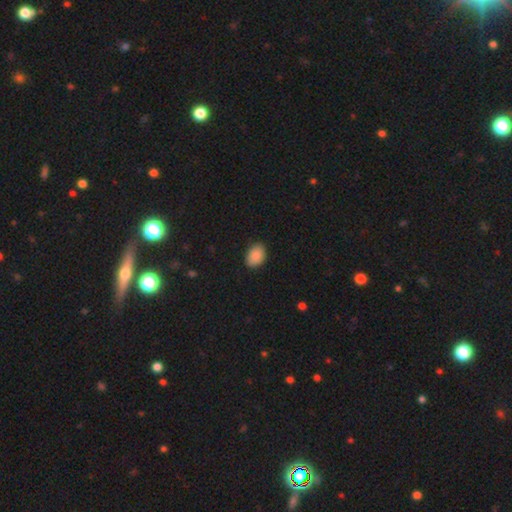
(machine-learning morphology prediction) type=smooth (89%); roundness=in between (83%); merging=none (86%).